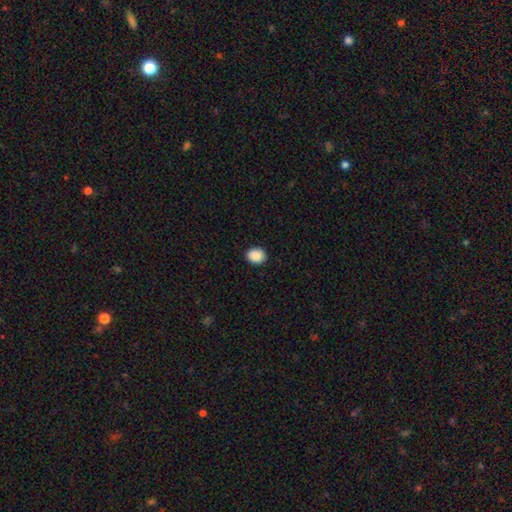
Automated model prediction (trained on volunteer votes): smooth_or_featured: smooth (p=0.89) [alt: star or artifact p=0.08]
how_rounded: round (p=0.60) [alt: in between p=0.39]
merging: none (p=0.90) [alt: minor disturbance p=0.07]